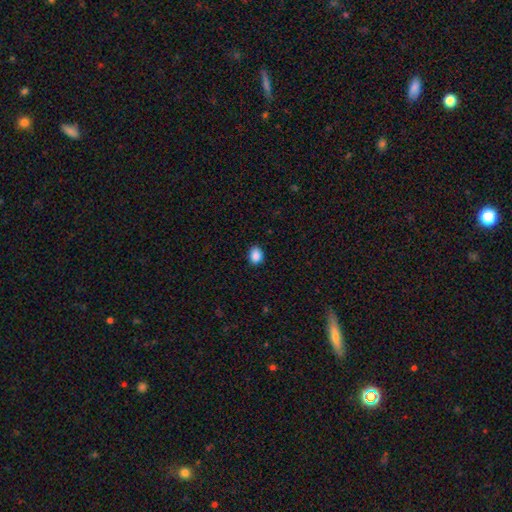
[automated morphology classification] smooth 88%, star or artifact 9%, featured or disk 3%. Down the decision tree: how rounded — in between (53%); merging — none (86%).